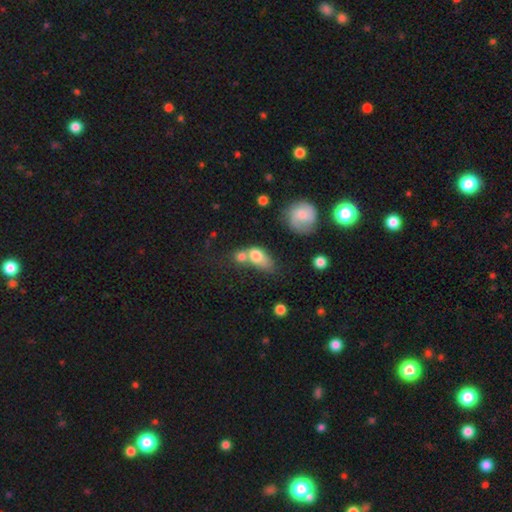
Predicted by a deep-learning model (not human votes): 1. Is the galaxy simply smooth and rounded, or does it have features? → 73% smooth, 17% featured or disk, 9% star or artifact.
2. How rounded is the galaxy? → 69% in between, 26% round, 6% cigar-shaped.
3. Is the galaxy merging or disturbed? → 55% merger, 22% none, 13% minor disturbance, 10% major disturbance.